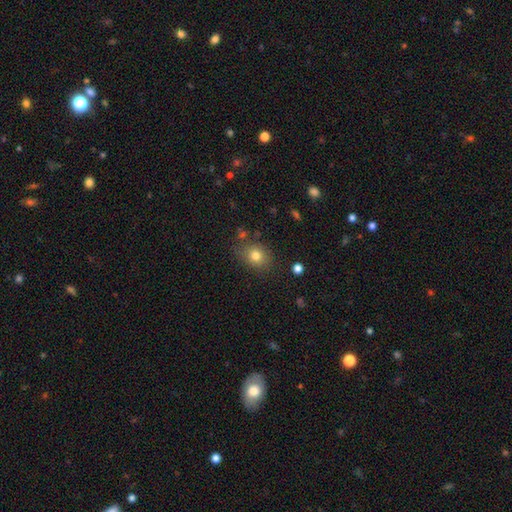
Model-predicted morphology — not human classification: Q: Smooth or featured?
A: smooth (79%); runner-up: star or artifact (12%)
Q: How rounded?
A: round (53%); runner-up: in between (46%)
Q: Merging?
A: none (79%); runner-up: minor disturbance (13%)